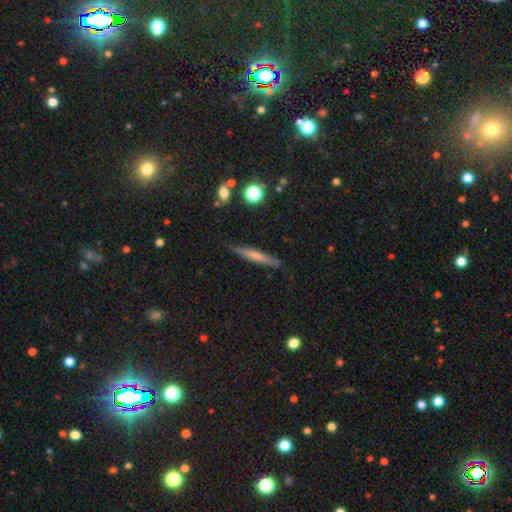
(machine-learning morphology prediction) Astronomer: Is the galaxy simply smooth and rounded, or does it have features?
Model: smooth — 59% (runner-up: featured or disk, 34%).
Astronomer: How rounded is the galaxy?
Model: cigar-shaped — 93%.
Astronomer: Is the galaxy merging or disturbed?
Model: none — 84%.